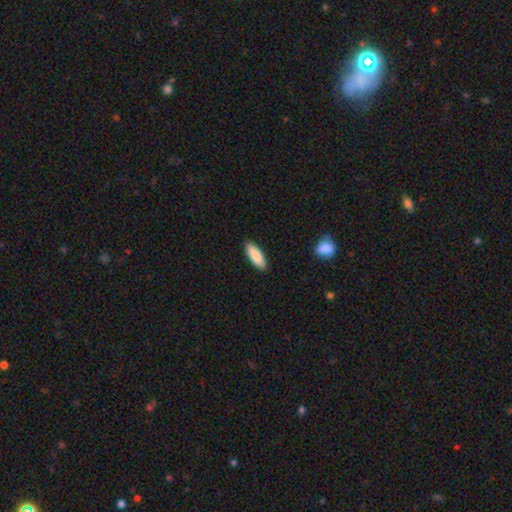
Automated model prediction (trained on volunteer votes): Smooth or featured?
  - smooth: 86% *
  - featured or disk: 8%
  - star or artifact: 5%
How rounded?
  - in between: 65% *
  - cigar-shaped: 33%
  - round: 2%
Merging?
  - none: 89% *
  - minor disturbance: 8%
  - major disturbance: 2%
  - merger: 1%